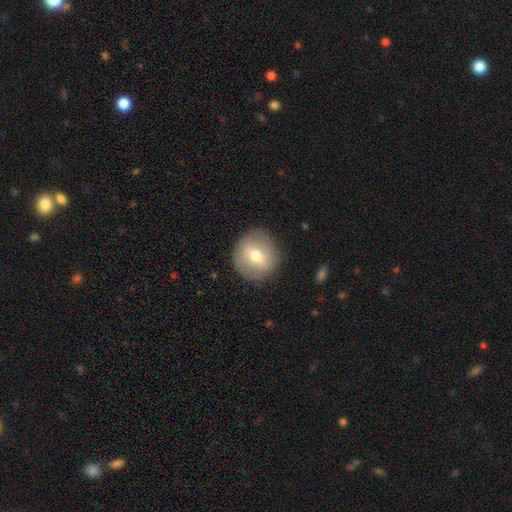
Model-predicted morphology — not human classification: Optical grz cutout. It shows a smooth galaxy with no disk features (62%) that is round (90%). Merging: none (86%).